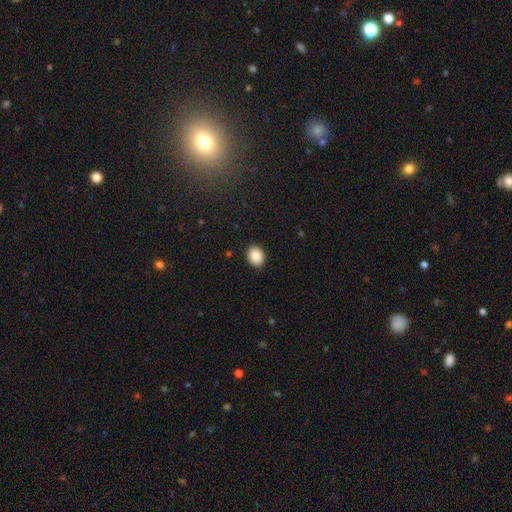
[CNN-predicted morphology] Smooth or featured? smooth (87%)
How rounded? round (50%)
Merging? none (91%)